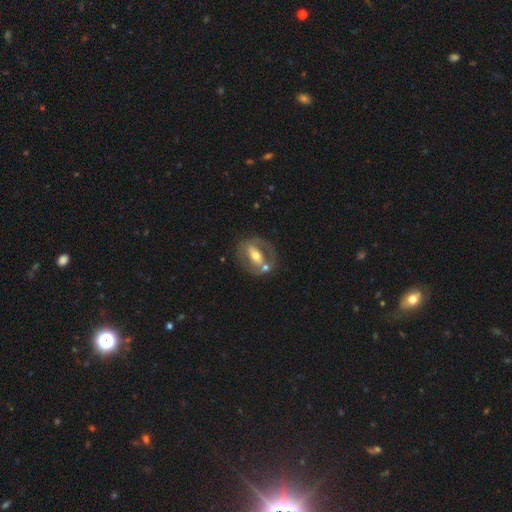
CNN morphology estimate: type=featured or disk (66%); edge-on=no (90%); bar=strong (42%); spiral arms=no (66%); bulge=moderate (70%); merging=none (58%).